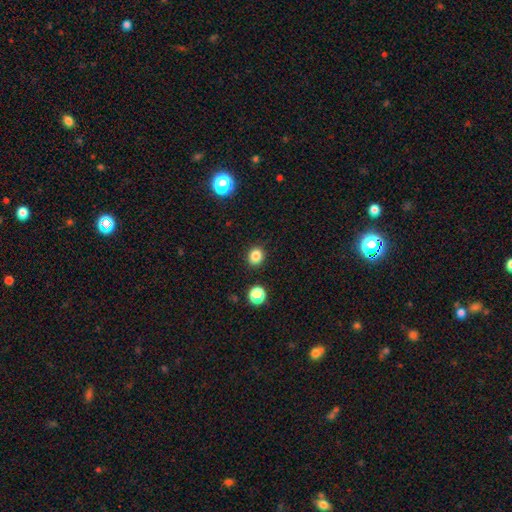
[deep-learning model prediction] Smooth or featured? Predicted: smooth (p=0.83). How rounded? Predicted: round (p=0.73). Merging? Predicted: none (p=0.89).